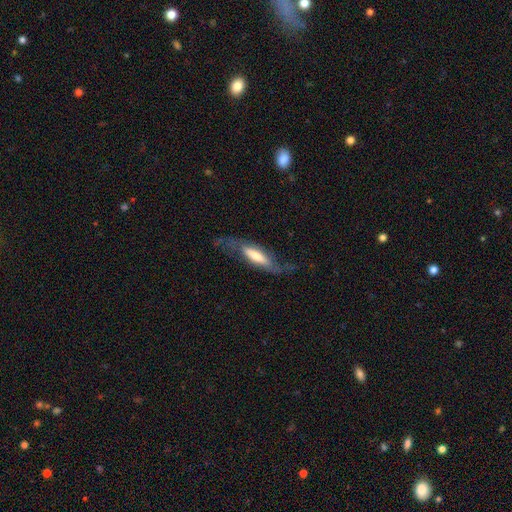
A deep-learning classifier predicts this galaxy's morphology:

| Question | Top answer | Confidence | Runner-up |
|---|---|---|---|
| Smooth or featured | featured or disk | 52% | smooth (41%) |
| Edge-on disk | no | 52% | yes (48%) |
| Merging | none | 55% | minor disturbance (23%) |